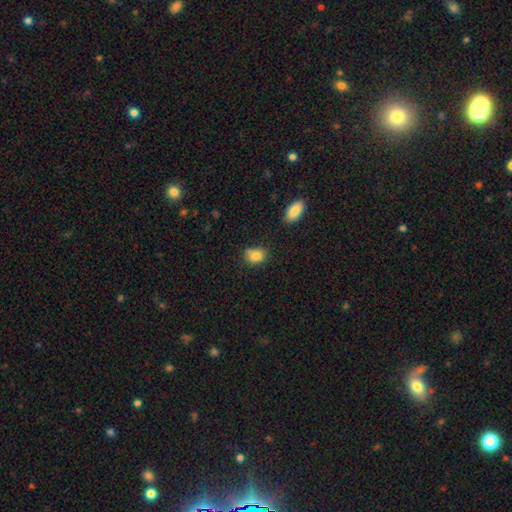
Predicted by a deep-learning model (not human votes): Smooth or featured? Predicted: smooth (p=0.82). How rounded? Predicted: in between (p=0.61). Merging? Predicted: none (p=0.60).